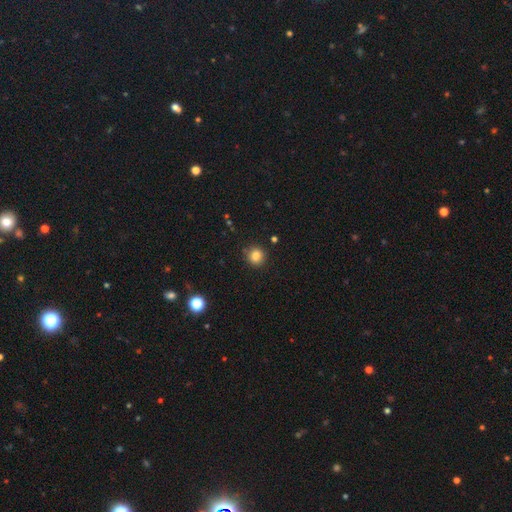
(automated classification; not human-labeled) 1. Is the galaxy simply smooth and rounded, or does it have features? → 83% smooth, 12% star or artifact, 5% featured or disk.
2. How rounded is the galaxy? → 91% round, 8% in between, 1% cigar-shaped.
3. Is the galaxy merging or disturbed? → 88% none, 8% minor disturbance, 2% major disturbance, 2% merger.